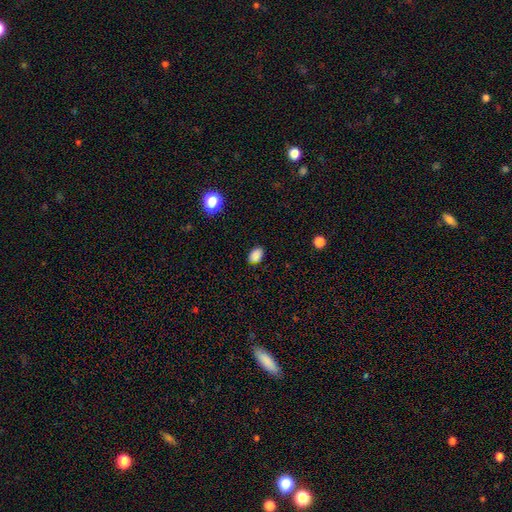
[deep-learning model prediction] A smooth galaxy with no disk features (86%) that is in between round and cigar-shaped (81%). Merging: none (86%).